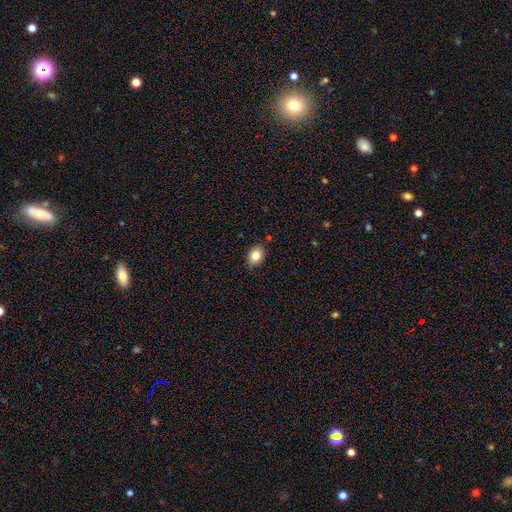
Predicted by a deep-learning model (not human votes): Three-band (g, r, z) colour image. It shows a smooth galaxy with no disk features (82%) that is in between round and cigar-shaped (71%). Merging: none (82%).